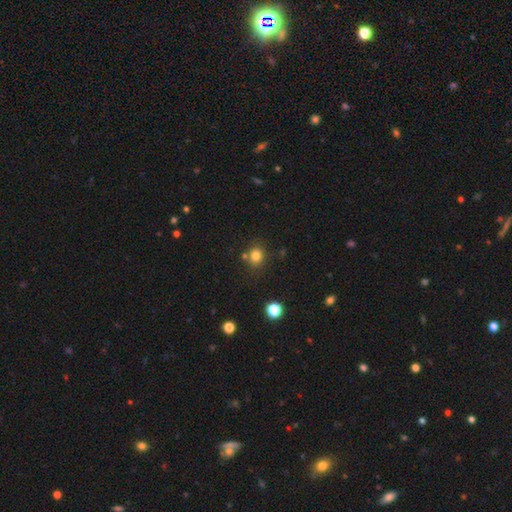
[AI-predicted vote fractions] Smooth or featured? smooth (80%)
How rounded? round (79%)
Merging? none (74%)